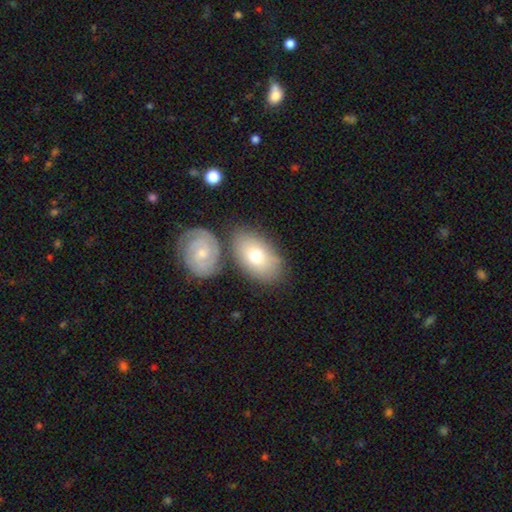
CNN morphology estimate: A smooth galaxy with no disk features (63%) that is in between round and cigar-shaped (88%).

Vote fractions:
- Smooth or featured? smooth: 63% / featured or disk: 31% / star or artifact: 6%
- How rounded? in between: 88% / round: 10% / cigar-shaped: 2%
- Merging? none: 66% / merger: 15% / minor disturbance: 15% / major disturbance: 4%